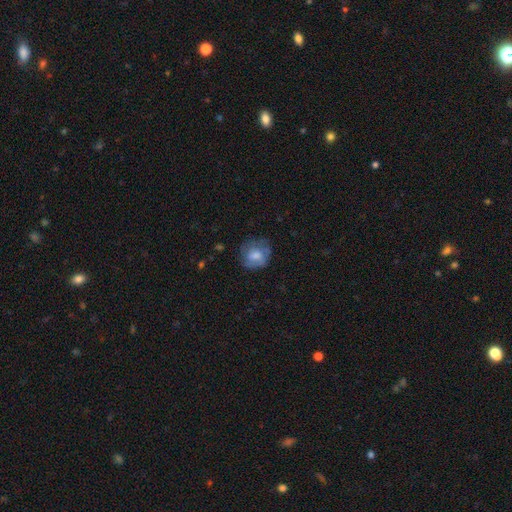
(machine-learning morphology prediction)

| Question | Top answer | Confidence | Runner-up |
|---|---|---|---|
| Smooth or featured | smooth | 58% | featured or disk (34%) |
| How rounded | round | 77% | in between (22%) |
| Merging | none | 64% | minor disturbance (23%) |